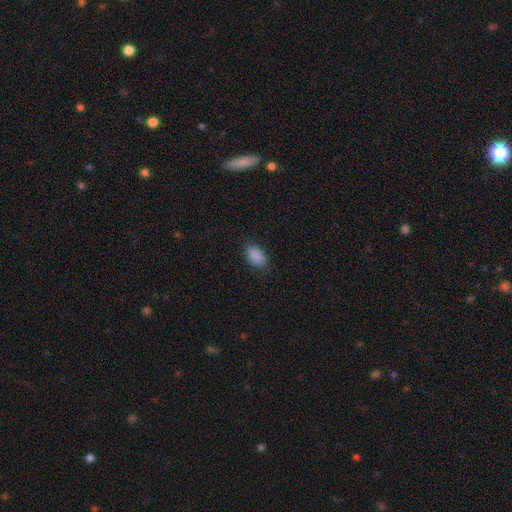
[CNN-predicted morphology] Smooth or featured: smooth — 89% (star or artifact — 8%)
How rounded: in between — 92% (round — 5%)
Merging: none — 83% (minor disturbance — 13%)